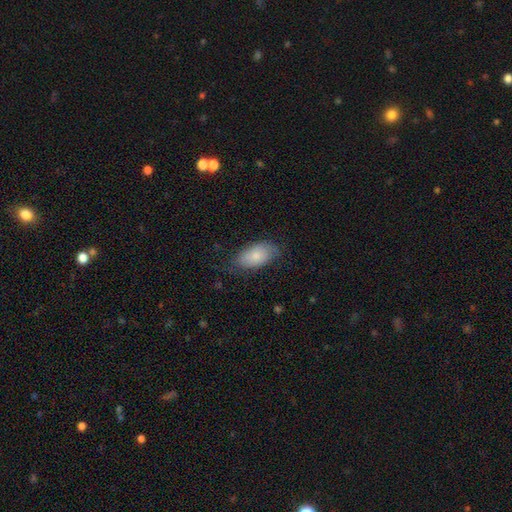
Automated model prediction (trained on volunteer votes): Overall: smooth (78%). How rounded: in between (93%). Merging: none (70%).